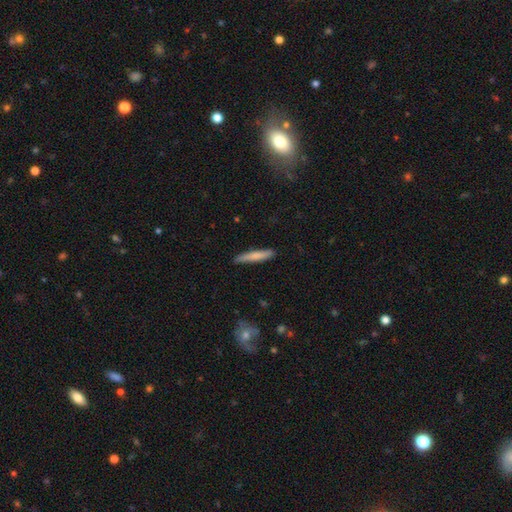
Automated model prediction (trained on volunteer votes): Smooth or featured?
  - smooth: 73% *
  - featured or disk: 22%
  - star or artifact: 5%
How rounded?
  - cigar-shaped: 94% *
  - in between: 5%
  - round: 1%
Merging?
  - none: 87% *
  - minor disturbance: 11%
  - major disturbance: 2%
  - merger: 1%